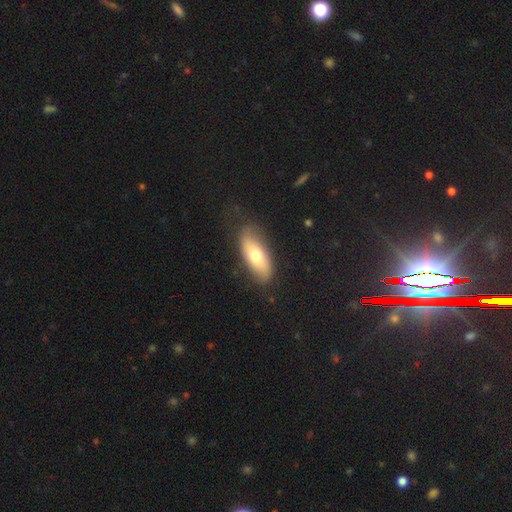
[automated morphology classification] A smooth galaxy with no disk features (68%) that is in between round and cigar-shaped (77%). Merging: none (75%).